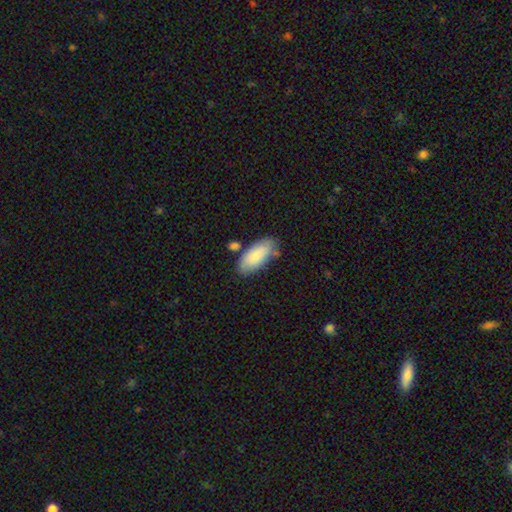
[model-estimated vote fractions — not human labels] This appears to be a smooth galaxy with no disk features (83%) that is in between round and cigar-shaped (87%). Merging: none (72%).